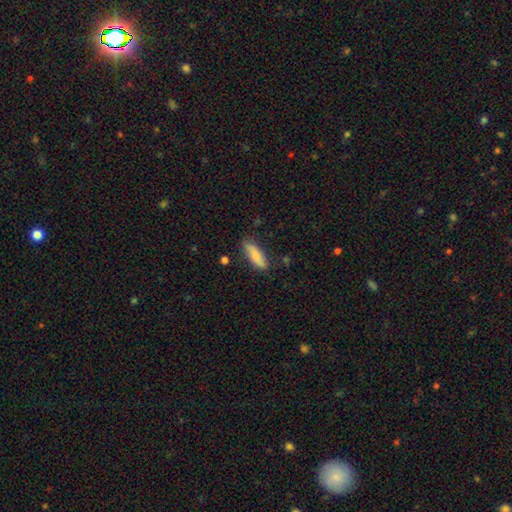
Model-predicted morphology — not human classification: A smooth galaxy with no disk features (70%) that is in between round and cigar-shaped (56%). Merging: none (77%).